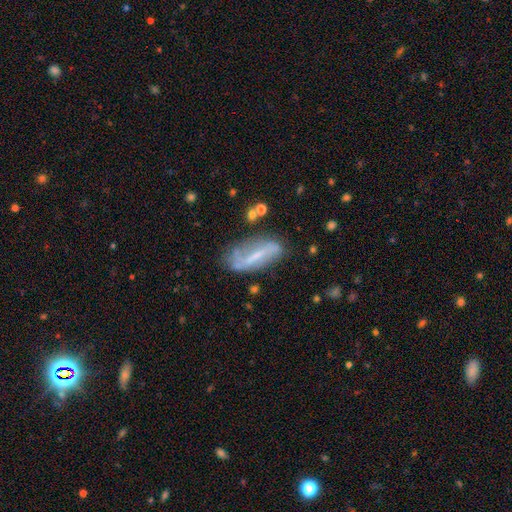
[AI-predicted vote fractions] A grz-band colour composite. It shows a featured or disk galaxy (65%) with a strong bar (54%), spiral arms (70%) and a small central bulge (46%). Merging: none (65%).